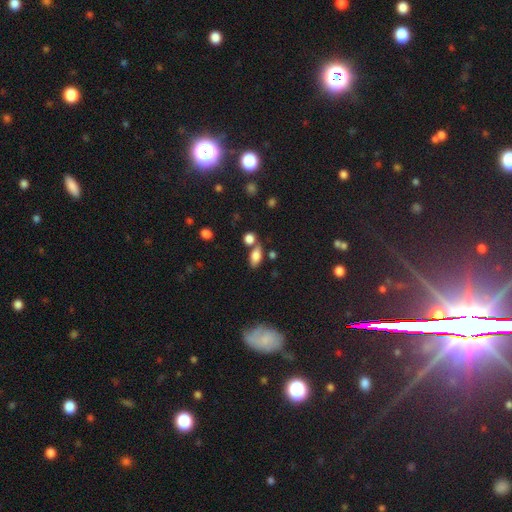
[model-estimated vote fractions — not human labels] The model was most divided on "merging": none: 64%, merger: 19%, minor disturbance: 13%, major disturbance: 4%. More confident: how rounded — in between (85%); smooth or featured — smooth (79%).